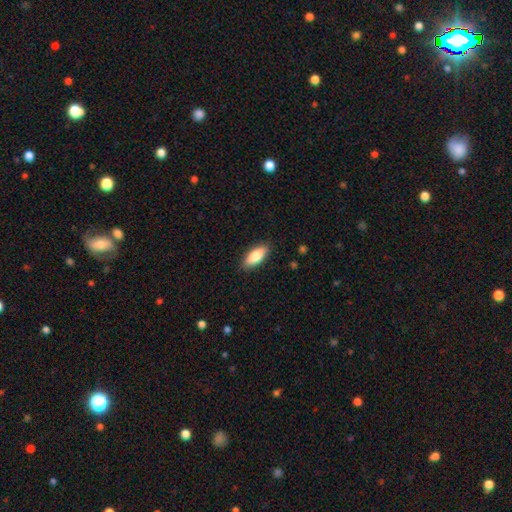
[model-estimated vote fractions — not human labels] Morphology: type=smooth (81%); roundness=in between (79%); merging=none (88%).